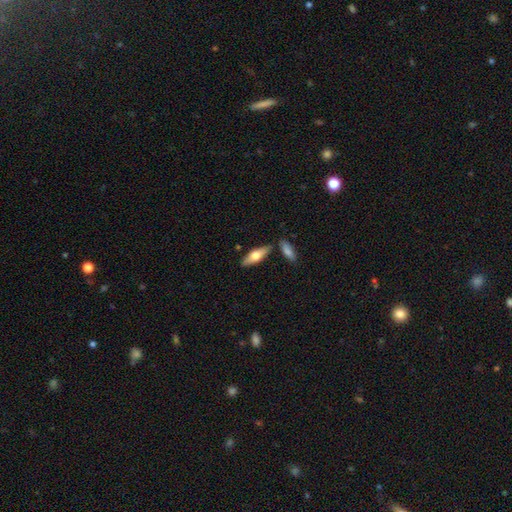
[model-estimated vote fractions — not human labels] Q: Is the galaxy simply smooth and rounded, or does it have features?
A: smooth — 54%.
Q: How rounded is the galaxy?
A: in between — 55%.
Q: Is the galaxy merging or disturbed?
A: none — 81%.